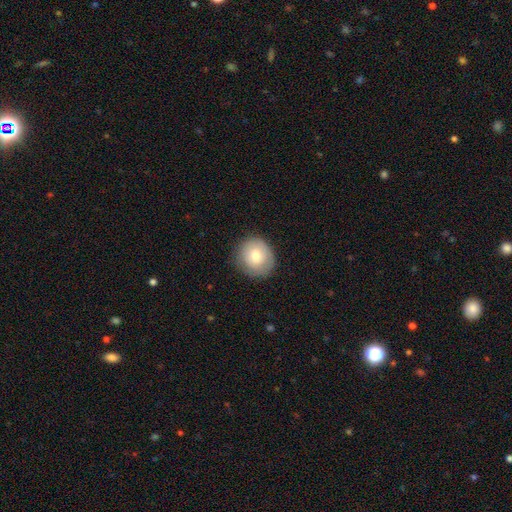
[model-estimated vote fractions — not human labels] Morphology: type=smooth (76%); roundness=round (84%); merging=none (81%).